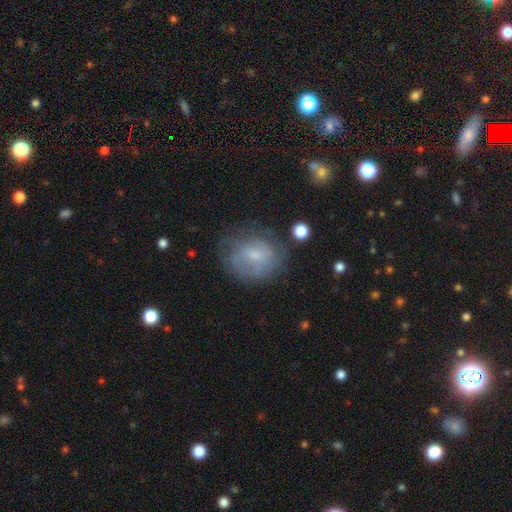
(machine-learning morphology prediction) type=smooth (49%); merging=none (60%).